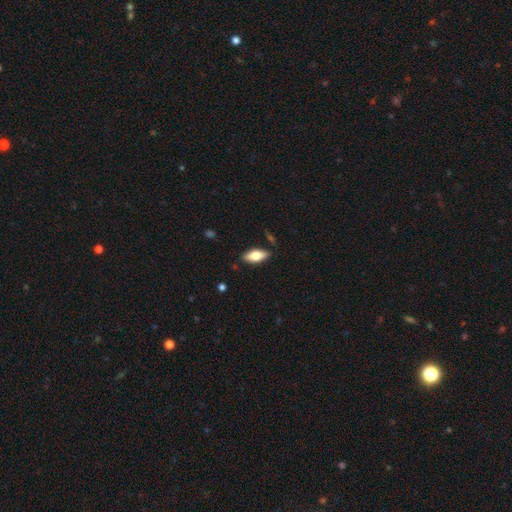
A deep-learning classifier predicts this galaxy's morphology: smooth 68%, featured or disk 26%, star or artifact 7%. Down the decision tree: how rounded — in between (83%); merging — none (85%).